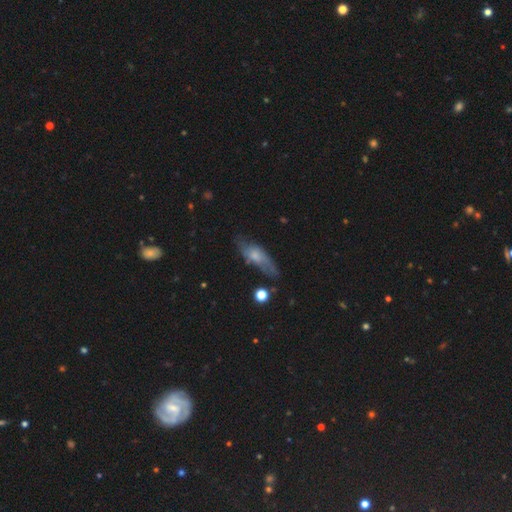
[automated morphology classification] A smooth galaxy with no disk features (49%). Merging: none (54%).